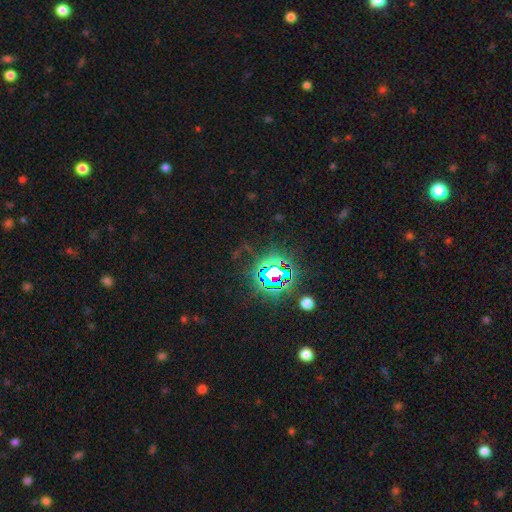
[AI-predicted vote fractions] star or artifact 82%, smooth 11%, featured or disk 7%.